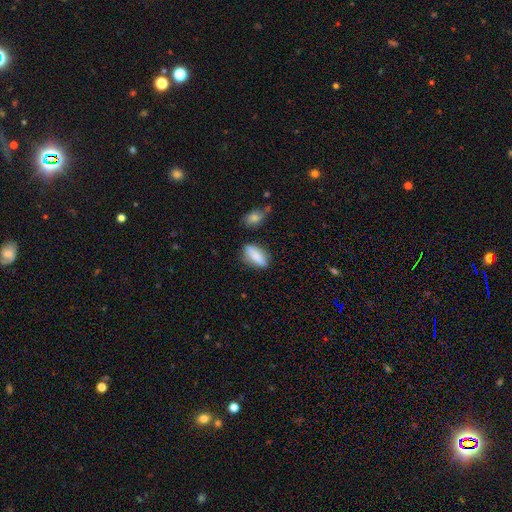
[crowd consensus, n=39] This appears to be a smooth galaxy with no disk features (74%) that is in between round and cigar-shaped (62%). Merging: none (68%).